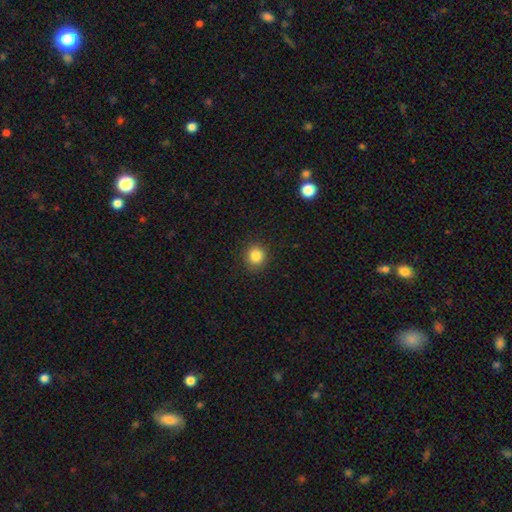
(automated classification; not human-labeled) Q: Smooth or featured?
A: smooth (84%); runner-up: star or artifact (11%)
Q: How rounded?
A: round (89%); runner-up: in between (10%)
Q: Merging?
A: none (90%); runner-up: minor disturbance (7%)